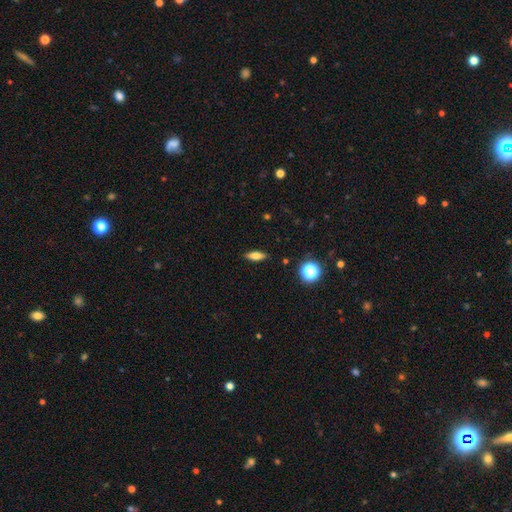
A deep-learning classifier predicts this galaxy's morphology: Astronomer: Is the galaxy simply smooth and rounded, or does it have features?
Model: smooth — 68%.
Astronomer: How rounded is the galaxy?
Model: in between — 61%.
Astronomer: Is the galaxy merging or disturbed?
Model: none — 88%.